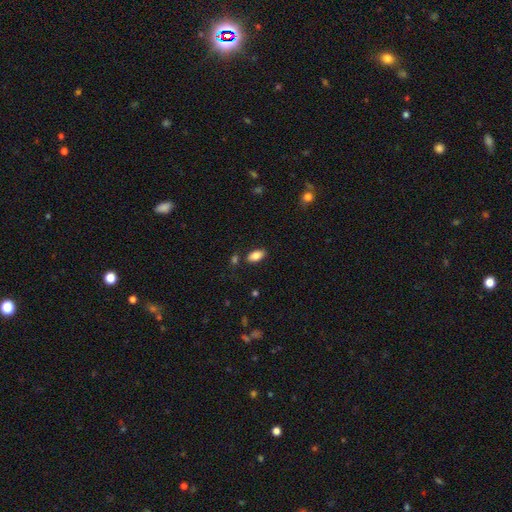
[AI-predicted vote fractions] smooth-or-featured: smooth: 84% | featured or disk: 8% | star or artifact: 8%
  how-rounded: in between: 93% | cigar-shaped: 4% | round: 3%
  merging: none: 81% | minor disturbance: 11% | merger: 5% | major disturbance: 3%